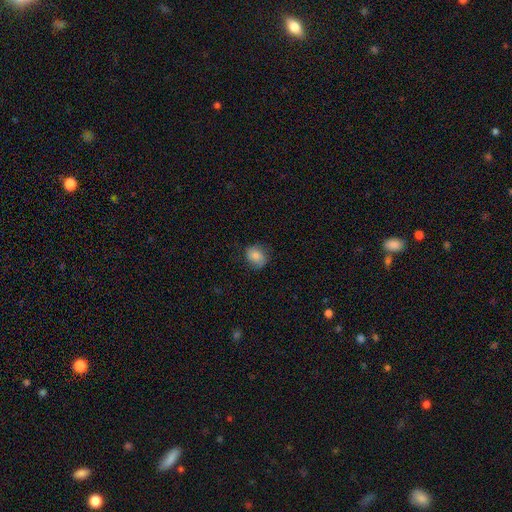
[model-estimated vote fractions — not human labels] smooth_or_featured: smooth (p=0.74) [alt: featured or disk p=0.17]
how_rounded: round (p=0.63) [alt: in between p=0.36]
merging: none (p=0.72) [alt: minor disturbance p=0.21]